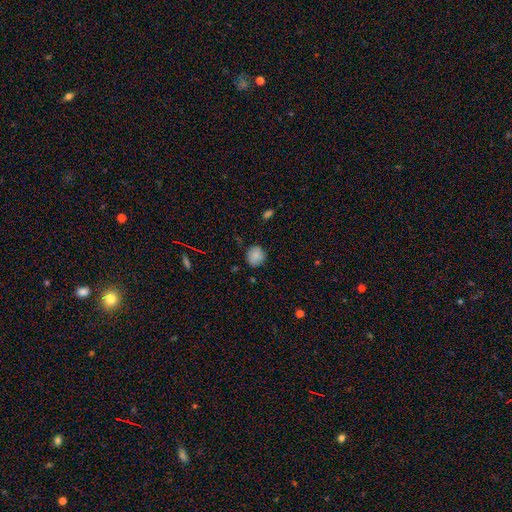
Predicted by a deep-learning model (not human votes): A smooth galaxy with no disk features (85%) that is round (79%).

Vote fractions:
- Smooth or featured? smooth: 85% / star or artifact: 9% / featured or disk: 7%
- How rounded? round: 79% / in between: 20% / cigar-shaped: 1%
- Merging? none: 79% / minor disturbance: 17% / major disturbance: 3% / merger: 2%